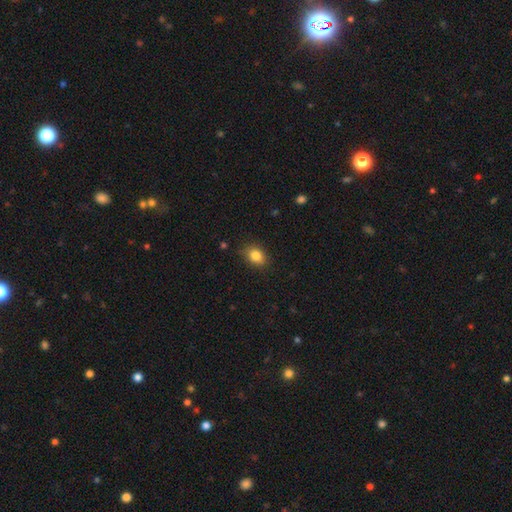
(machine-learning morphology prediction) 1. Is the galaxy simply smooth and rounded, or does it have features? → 84% smooth, 10% star or artifact, 6% featured or disk.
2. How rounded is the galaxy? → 62% in between, 37% round, 1% cigar-shaped.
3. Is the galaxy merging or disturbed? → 83% none, 13% minor disturbance, 3% major disturbance, 1% merger.